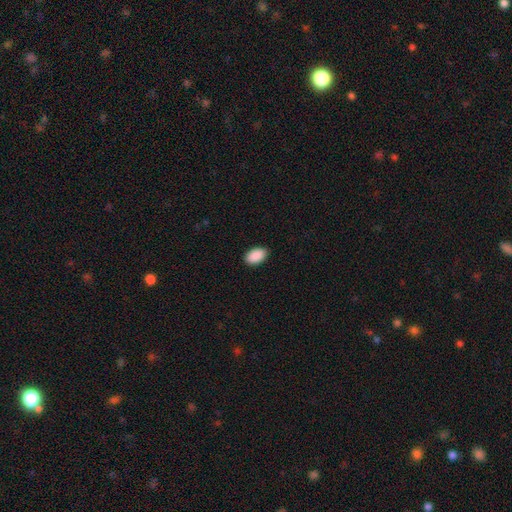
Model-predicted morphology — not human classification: Q: Smooth or featured?
A: smooth (91%); runner-up: star or artifact (6%)
Q: How rounded?
A: in between (93%); runner-up: round (5%)
Q: Merging?
A: none (89%); runner-up: minor disturbance (8%)